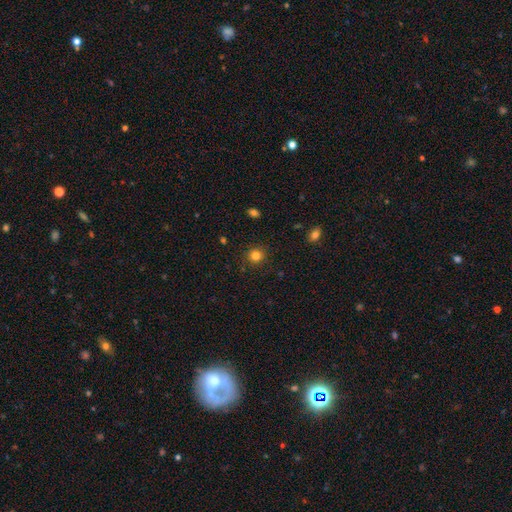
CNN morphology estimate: Smooth or featured?
  - smooth: 83% *
  - star or artifact: 13%
  - featured or disk: 5%
How rounded?
  - round: 91% *
  - in between: 8%
  - cigar-shaped: 1%
Merging?
  - none: 90% *
  - minor disturbance: 7%
  - major disturbance: 2%
  - merger: 1%